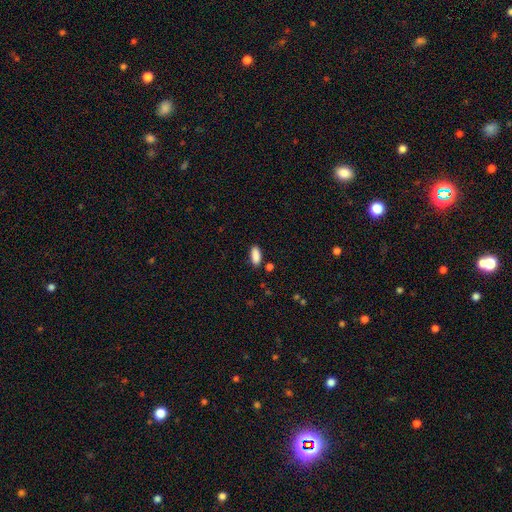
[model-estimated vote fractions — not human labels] smooth-or-featured: smooth: 90% | star or artifact: 7% | featured or disk: 3%
  how-rounded: in between: 84% | cigar-shaped: 14% | round: 2%
  merging: none: 84% | minor disturbance: 11% | merger: 3% | major disturbance: 2%